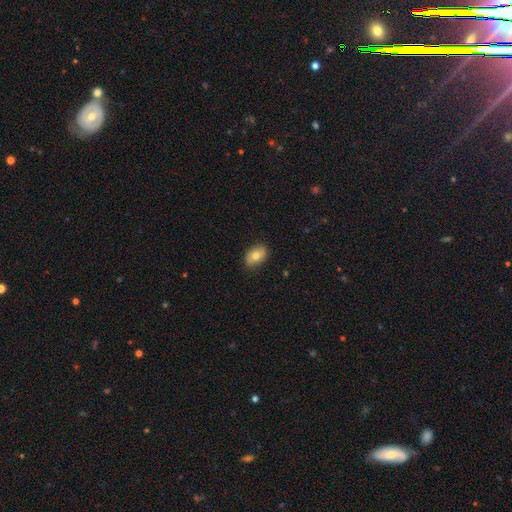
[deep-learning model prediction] Smooth or featured: smooth — 73% (featured or disk — 19%)
How rounded: in between — 85% (round — 13%)
Merging: none — 85% (minor disturbance — 12%)